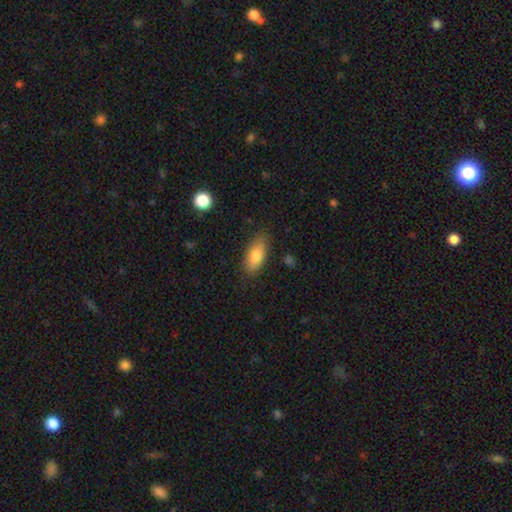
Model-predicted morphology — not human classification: Smooth or featured? smooth (79%)
How rounded? in between (81%)
Merging? none (82%)